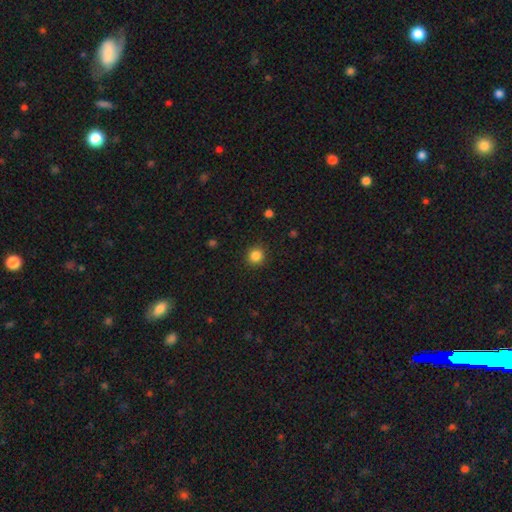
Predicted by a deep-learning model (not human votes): Smooth or featured? smooth (85%)
How rounded? round (93%)
Merging? none (91%)